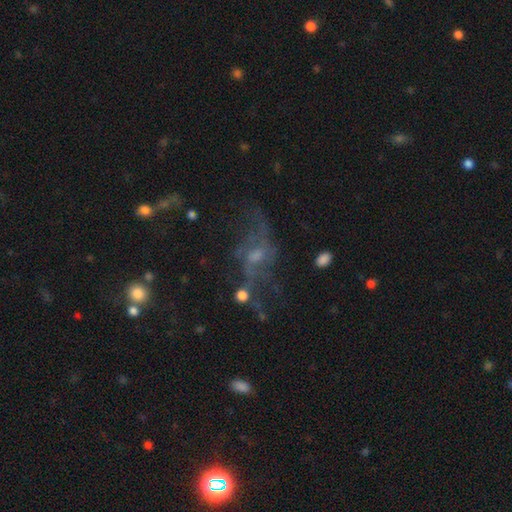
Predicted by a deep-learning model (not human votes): The model was most divided on "bulge size": small: 43%, moderate: 36%, none: 15%, large: 4%, dominant: 2%. Remaining: edge-on disk — no (92%); spiral arms — yes (65%); smooth or featured — featured or disk (61%); bar — no (59%); merging — none (43%).